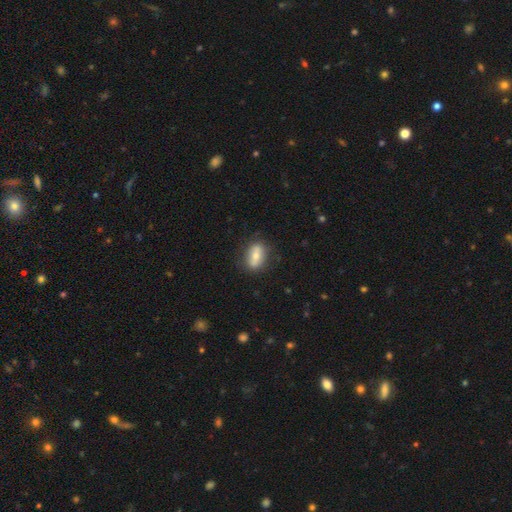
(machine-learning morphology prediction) smooth 62%, featured or disk 31%, star or artifact 7%. Down the decision tree: how rounded — in between (78%); merging — none (81%).